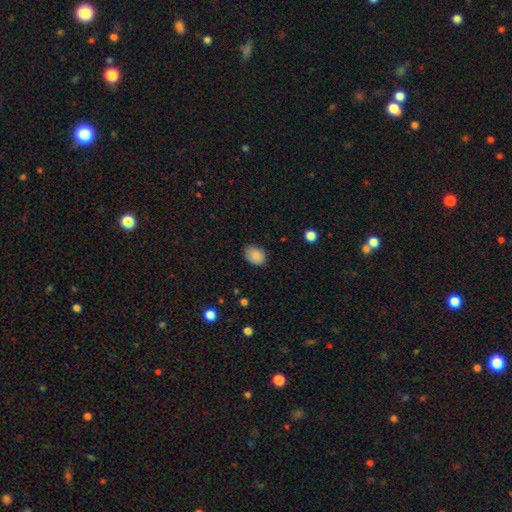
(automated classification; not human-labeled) smooth 87%, star or artifact 8%, featured or disk 5%. Down the decision tree: how rounded — in between (63%); merging — none (80%).